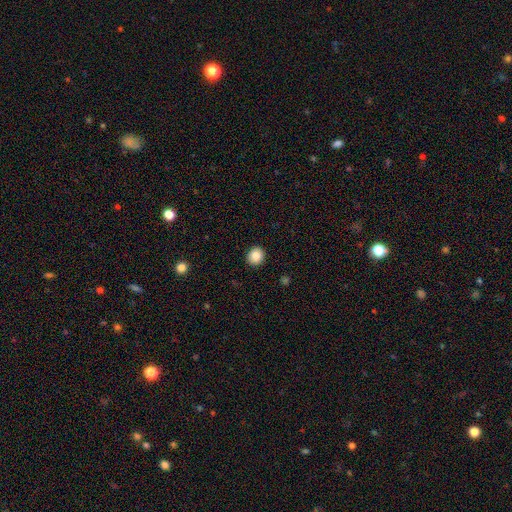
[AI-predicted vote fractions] Smooth or featured?
  - smooth: 86% *
  - star or artifact: 9%
  - featured or disk: 5%
How rounded?
  - round: 87% *
  - in between: 12%
  - cigar-shaped: 1%
Merging?
  - none: 92% *
  - minor disturbance: 5%
  - major disturbance: 2%
  - merger: 1%